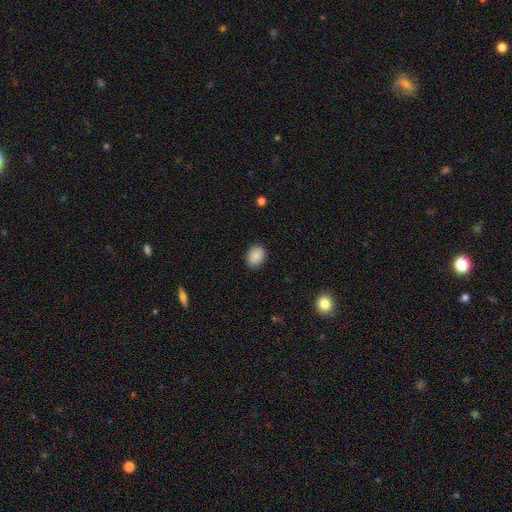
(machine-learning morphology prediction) This appears to be a smooth galaxy with no disk features (88%) that is in between round and cigar-shaped (54%). Merging: none (88%).